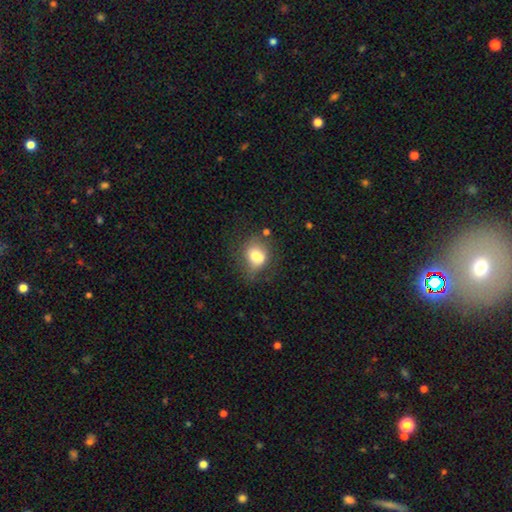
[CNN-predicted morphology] smooth 73%, featured or disk 17%, star or artifact 10%. Down the decision tree: how rounded — round (52%); merging — none (49%).